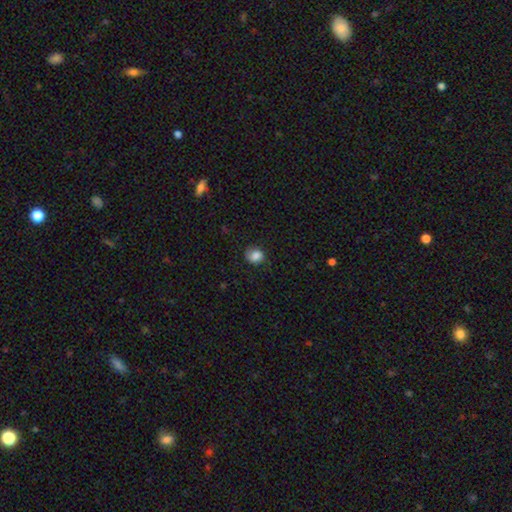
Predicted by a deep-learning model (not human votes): Smooth or featured? smooth (83%)
How rounded? round (67%)
Merging? none (68%)